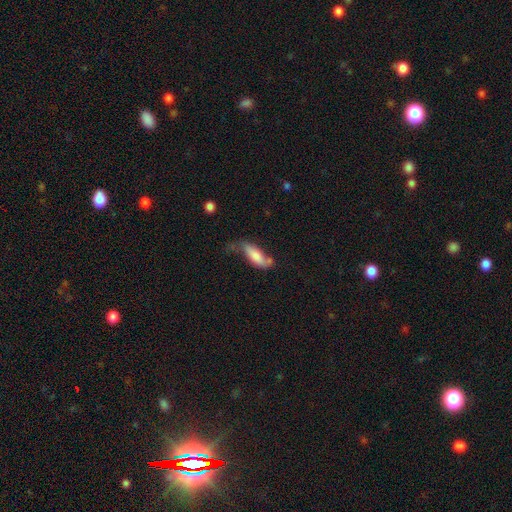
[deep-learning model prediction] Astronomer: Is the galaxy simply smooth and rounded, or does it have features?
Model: smooth — 66%.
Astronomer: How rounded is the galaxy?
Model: in between — 67%.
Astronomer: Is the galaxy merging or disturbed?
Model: none — 38% (runner-up: minor disturbance, 32%).